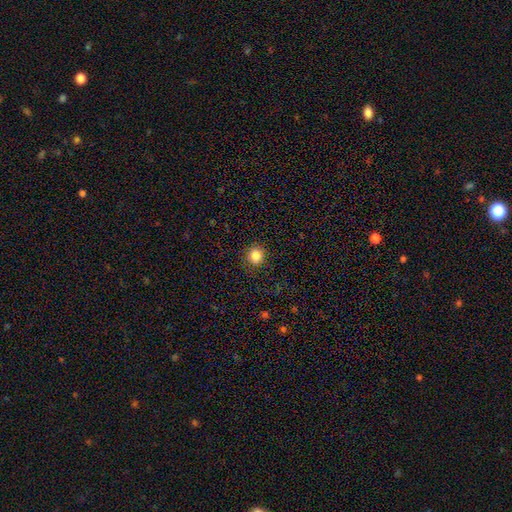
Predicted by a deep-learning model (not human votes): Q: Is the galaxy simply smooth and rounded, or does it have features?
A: smooth — 84%.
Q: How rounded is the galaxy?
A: round — 89%.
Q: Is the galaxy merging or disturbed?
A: none — 88%.